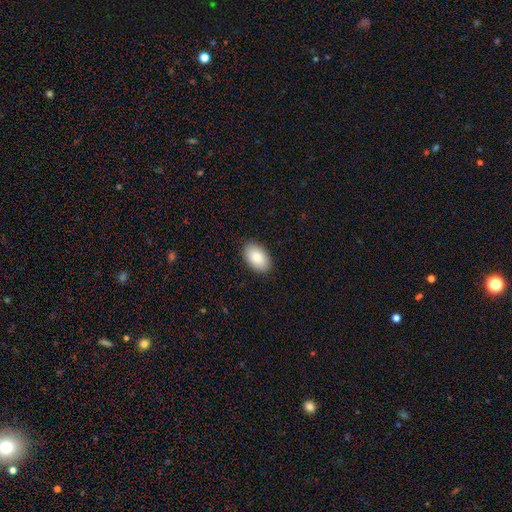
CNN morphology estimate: smooth-or-featured: smooth: 89% | star or artifact: 6% | featured or disk: 5%
  how-rounded: in between: 94% | round: 5% | cigar-shaped: 1%
  merging: none: 89% | minor disturbance: 8% | major disturbance: 2% | merger: 1%